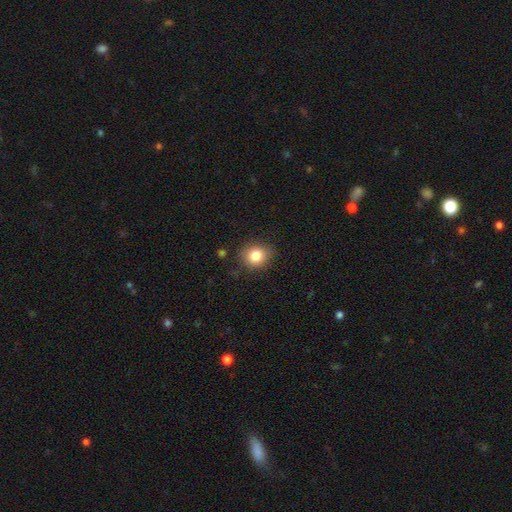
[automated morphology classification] Smooth or featured? smooth (83%)
How rounded? round (73%)
Merging? none (84%)